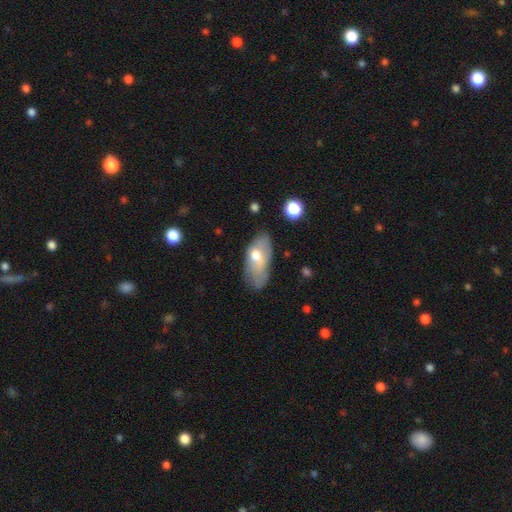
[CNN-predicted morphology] smooth_or_featured: smooth (p=0.60) [alt: featured or disk p=0.33]
how_rounded: in between (p=0.90) [alt: cigar-shaped p=0.07]
merging: none (p=0.45) [alt: minor disturbance p=0.33]